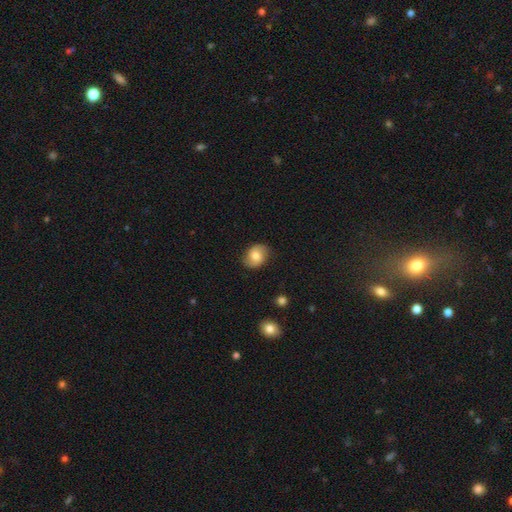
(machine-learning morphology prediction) This appears to be a smooth galaxy with no disk features (67%) that is in between round and cigar-shaped (56%). Merging: none (81%).